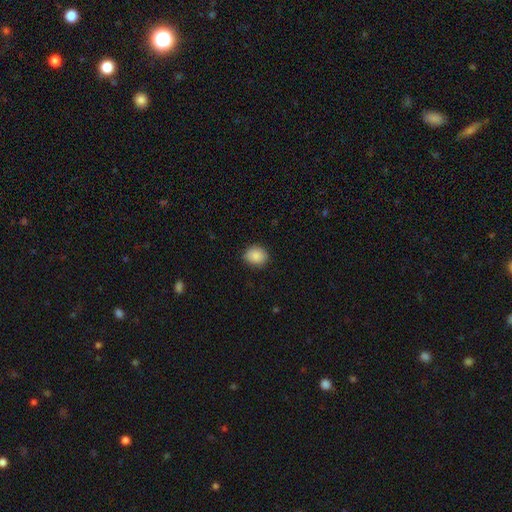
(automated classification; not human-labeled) A smooth galaxy with no disk features (88%) that is round (60%). Merging: none (86%).